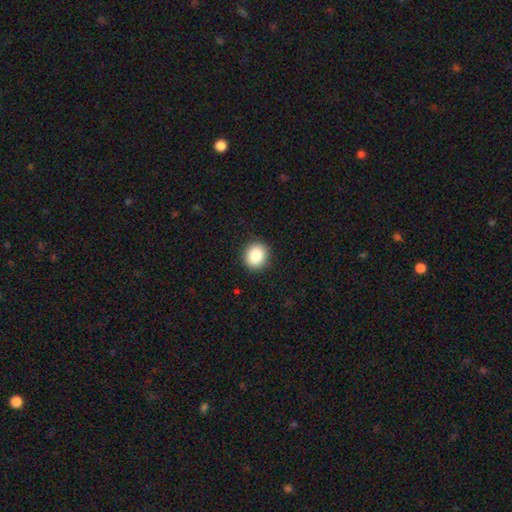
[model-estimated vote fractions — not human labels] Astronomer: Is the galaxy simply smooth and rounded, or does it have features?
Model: smooth — 86%.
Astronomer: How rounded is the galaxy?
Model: round — 82%.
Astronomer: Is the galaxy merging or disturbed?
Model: none — 91%.